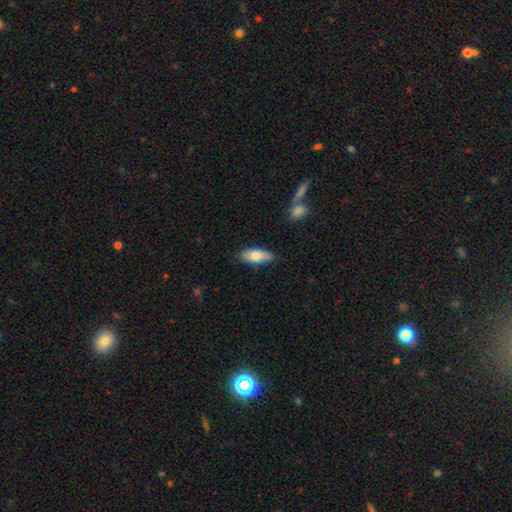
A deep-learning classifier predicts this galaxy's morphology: This is likely a smooth galaxy (79%). How rounded: clearly in between (81%). Merging: likely none (80%).